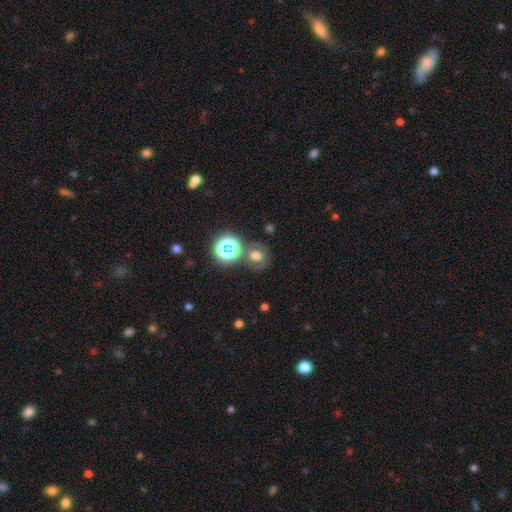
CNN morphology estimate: Overall: smooth (56%; star or artifact 25%). How rounded: round (75%). Merging: none (66%).